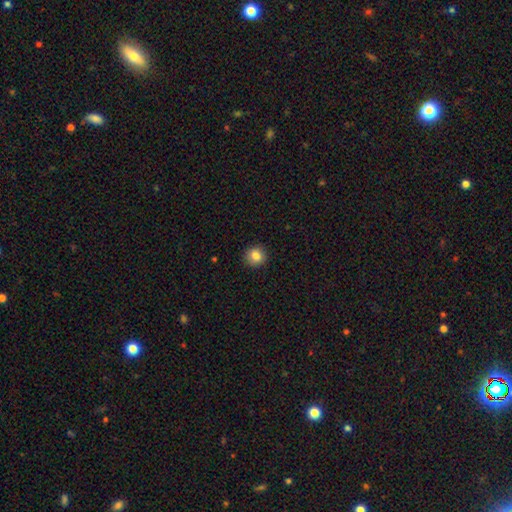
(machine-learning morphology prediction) type=smooth (84%); roundness=round (90%); merging=none (90%).